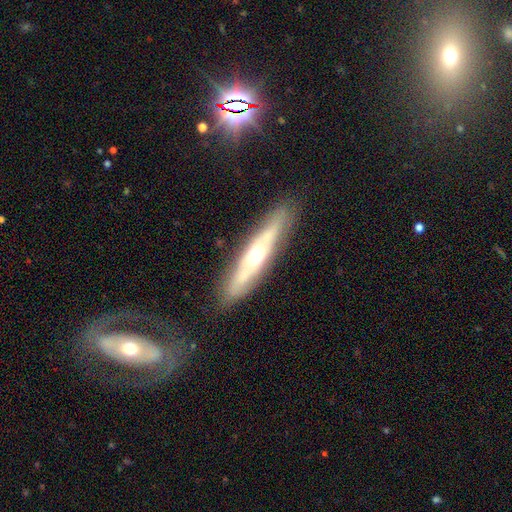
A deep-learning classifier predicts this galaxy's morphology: A featured or disk galaxy (66%) viewed edge-on (72%).

Vote fractions:
- Smooth or featured? featured or disk: 66% / smooth: 26% / star or artifact: 8%
- Edge-on disk? yes: 72% / no: 28%
- Merging? none: 80% / minor disturbance: 12% / major disturbance: 4% / merger: 4%